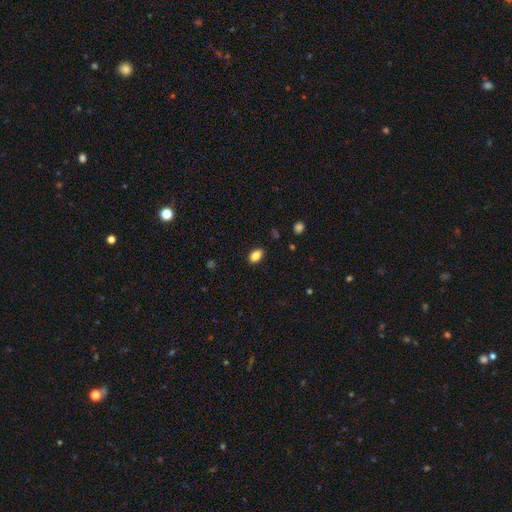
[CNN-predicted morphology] type=smooth (86%); roundness=in between (89%); merging=none (88%).